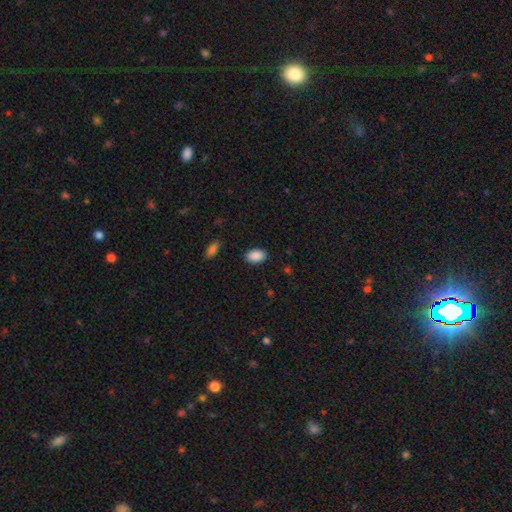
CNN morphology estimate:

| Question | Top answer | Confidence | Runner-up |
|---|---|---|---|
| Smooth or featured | smooth | 89% | star or artifact (7%) |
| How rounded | in between | 91% | round (7%) |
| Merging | none | 88% | minor disturbance (9%) |